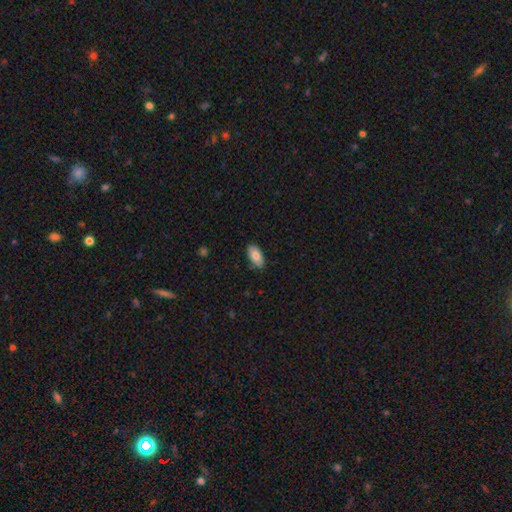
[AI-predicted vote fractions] smooth_or_featured: smooth (p=0.80) [alt: featured or disk p=0.14]
how_rounded: in between (p=0.93) [alt: cigar-shaped p=0.05]
merging: none (p=0.84) [alt: minor disturbance p=0.13]